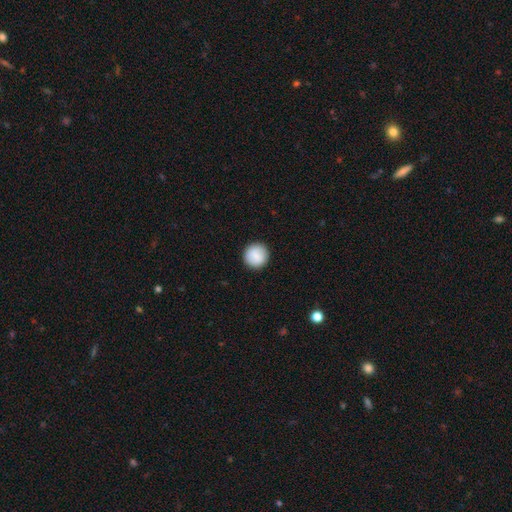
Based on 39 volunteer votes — Smooth or featured?
  - smooth: 85% *
  - featured or disk: 8%
  - star or artifact: 8%
How rounded?
  - round: 91% *
  - in between: 9%
  - cigar-shaped: 0%
Merging?
  - none: 100% *
  - minor disturbance: 0%
  - major disturbance: 0%
  - merger: 0%